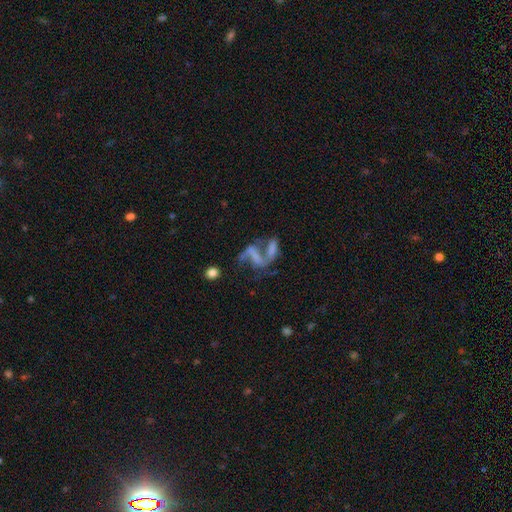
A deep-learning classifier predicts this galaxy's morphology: A featured or disk galaxy (66%) with a strong bar (38%), spiral arms (67%) and no central bulge (62%). Merging: merger (39%).